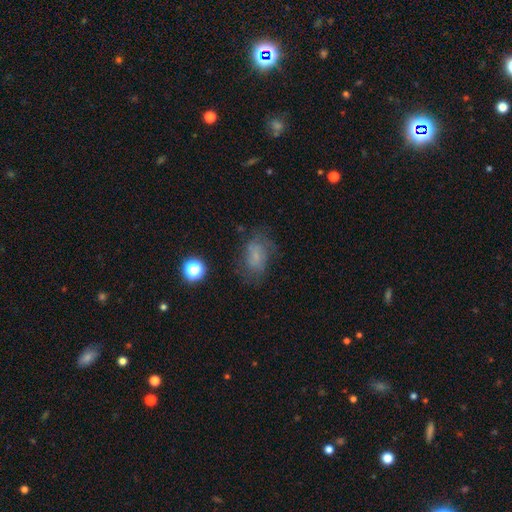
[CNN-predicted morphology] A smooth galaxy with no disk features (52%) that is in between round and cigar-shaped (82%).

Vote fractions:
- Smooth or featured? smooth: 52% / featured or disk: 32% / star or artifact: 16%
- How rounded? in between: 82% / round: 15% / cigar-shaped: 2%
- Merging? none: 58% / minor disturbance: 23% / major disturbance: 17% / merger: 3%